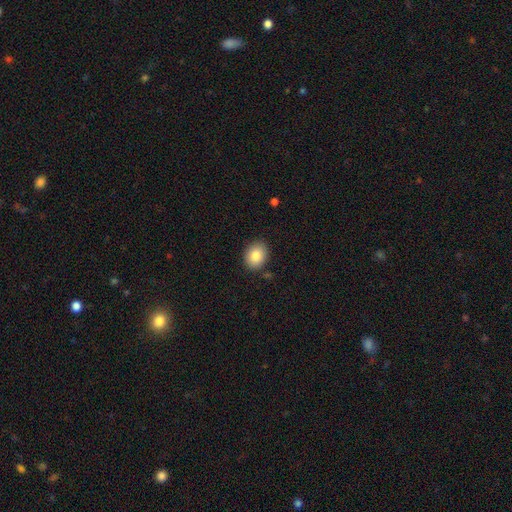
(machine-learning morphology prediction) Q: Smooth or featured?
A: smooth (85%); runner-up: star or artifact (8%)
Q: How rounded?
A: in between (61%); runner-up: round (38%)
Q: Merging?
A: none (86%); runner-up: minor disturbance (10%)